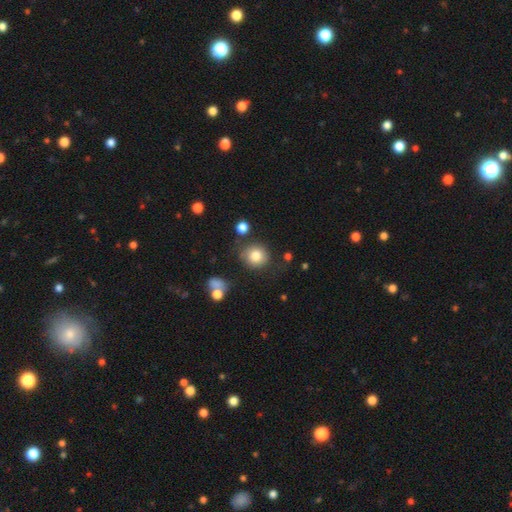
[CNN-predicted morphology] A smooth galaxy with no disk features (81%) that is round (84%). Merging: none (74%).